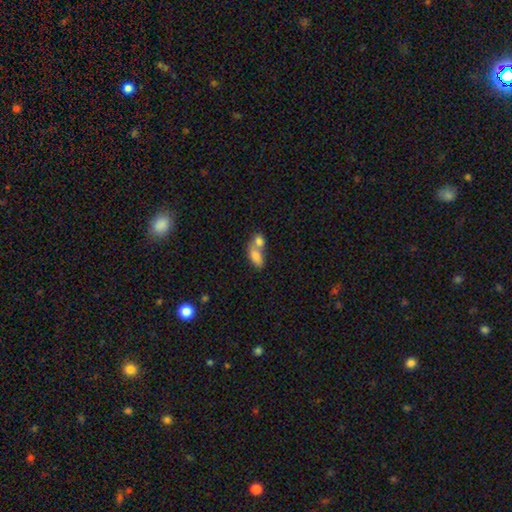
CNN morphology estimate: A smooth galaxy with no disk features (78%) that is in between round and cigar-shaped (84%).

Vote fractions:
- Smooth or featured? smooth: 78% / featured or disk: 14% / star or artifact: 8%
- How rounded? in between: 84% / round: 11% / cigar-shaped: 5%
- Merging? merger: 69% / none: 19% / minor disturbance: 7% / major disturbance: 5%